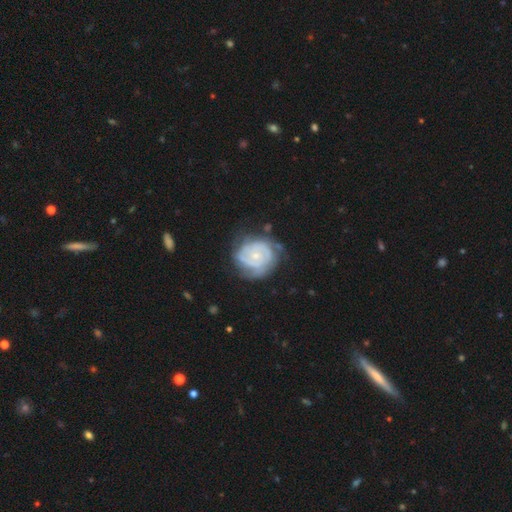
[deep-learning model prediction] Morphology: type=featured or disk (82%); edge-on=no (98%); bar=no (73%); spiral arms=yes (92%); winding=tight (68%); arm count=2 (33%); bulge=small (67%); merging=none (63%).